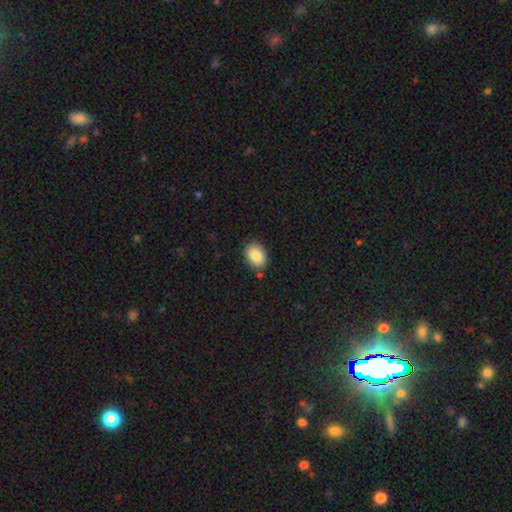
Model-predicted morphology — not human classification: smooth 86%, star or artifact 8%, featured or disk 6%. Down the decision tree: how rounded — in between (71%); merging — none (84%).